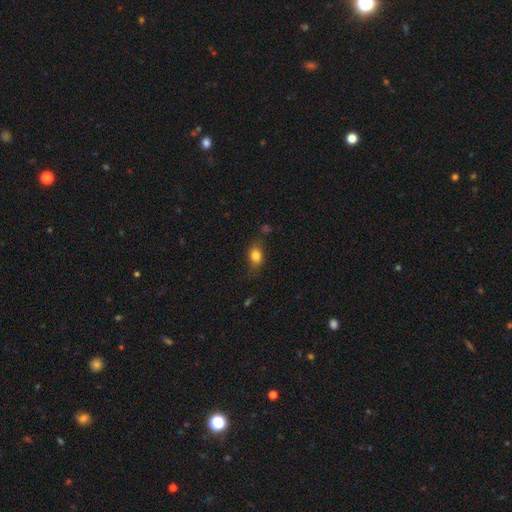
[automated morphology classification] This is likely a smooth galaxy (80%). How rounded: likely in between (70%). Merging: likely none (71%).